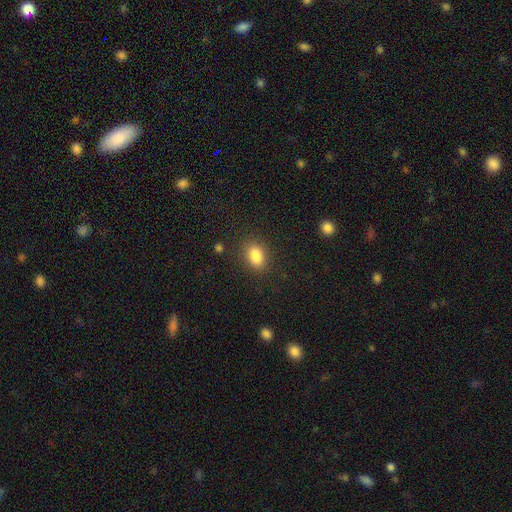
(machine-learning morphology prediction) This is clearly a smooth galaxy (85%). How rounded: clearly in between (83%). Merging: likely none (79%).